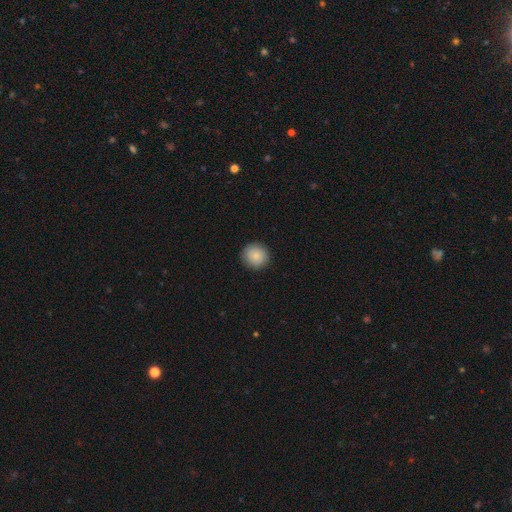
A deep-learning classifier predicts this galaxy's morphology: This is clearly a smooth galaxy (86%). How rounded: clearly round (93%). Merging: clearly none (91%).